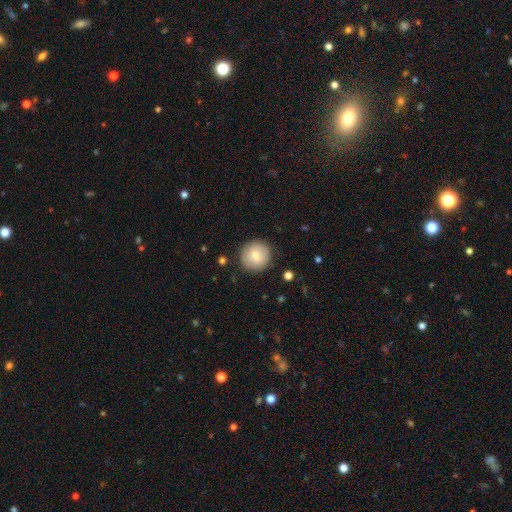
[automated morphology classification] Smooth or featured?
  - smooth: 78% *
  - featured or disk: 15%
  - star or artifact: 7%
How rounded?
  - round: 95% *
  - in between: 4%
  - cigar-shaped: 1%
Merging?
  - none: 88% *
  - minor disturbance: 8%
  - major disturbance: 2%
  - merger: 1%